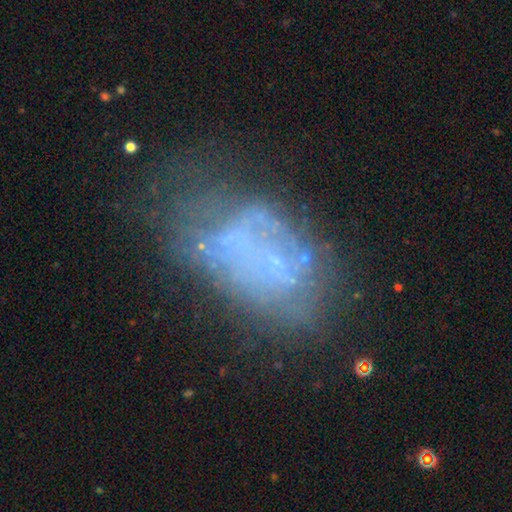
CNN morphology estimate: A featured or disk galaxy (55%) with no bar (91%), no spiral arms (91%) and no central bulge (73%). Merging: none (33%).